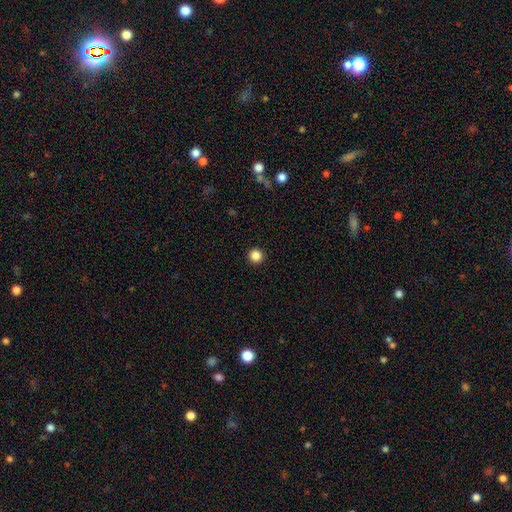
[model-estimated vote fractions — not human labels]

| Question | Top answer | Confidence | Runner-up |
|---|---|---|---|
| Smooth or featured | smooth | 85% | star or artifact (11%) |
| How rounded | round | 96% | in between (3%) |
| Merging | none | 94% | minor disturbance (4%) |